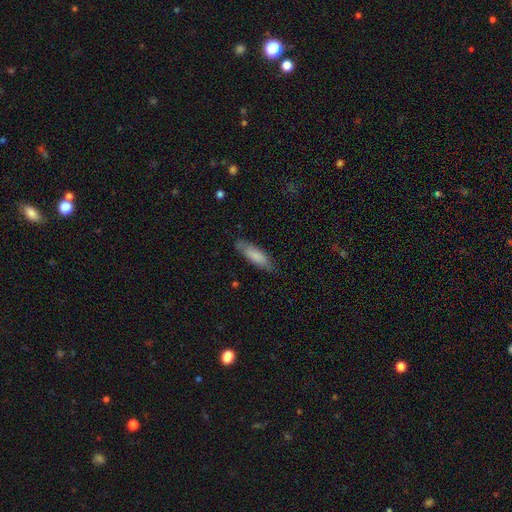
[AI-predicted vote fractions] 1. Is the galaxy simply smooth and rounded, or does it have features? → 79% smooth, 15% featured or disk, 6% star or artifact.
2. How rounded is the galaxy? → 50% in between, 49% cigar-shaped, 1% round.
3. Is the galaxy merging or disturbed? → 75% none, 20% minor disturbance, 4% major disturbance, 1% merger.